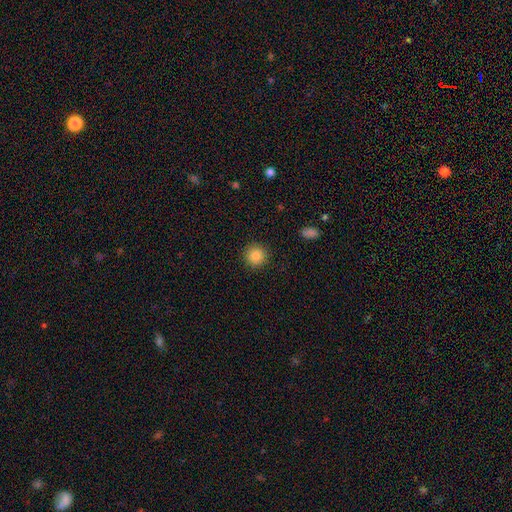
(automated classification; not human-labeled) A smooth galaxy with no disk features (84%) that is round (94%). Merging: none (91%).